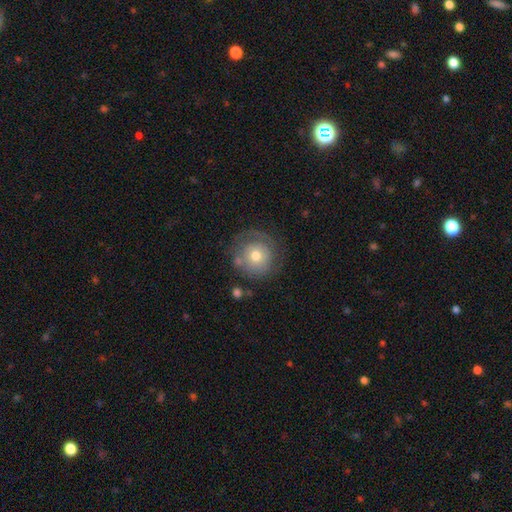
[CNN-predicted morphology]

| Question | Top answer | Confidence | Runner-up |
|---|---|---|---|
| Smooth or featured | smooth | 56% | featured or disk (36%) |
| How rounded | round | 93% | in between (6%) |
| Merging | none | 67% | minor disturbance (18%) |